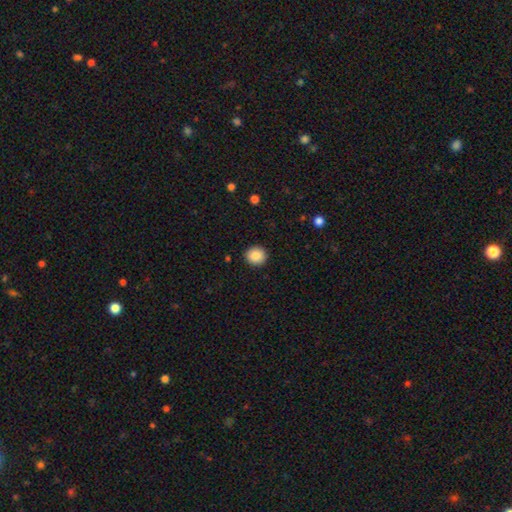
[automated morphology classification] Smooth or featured? smooth (87%)
How rounded? round (89%)
Merging? none (92%)